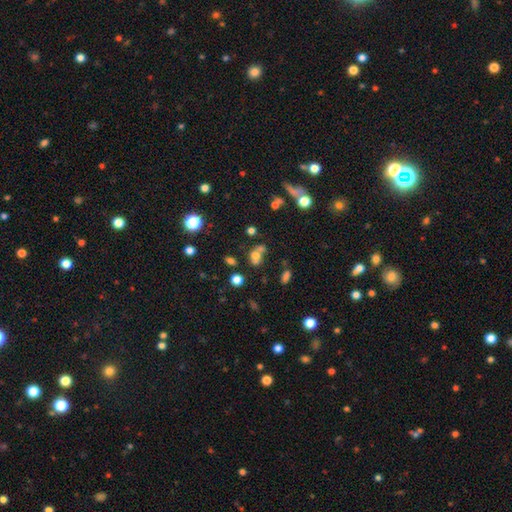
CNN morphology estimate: Q: Smooth or featured?
A: smooth (63%); runner-up: star or artifact (19%)
Q: How rounded?
A: round (50%); runner-up: in between (48%)
Q: Merging?
A: merger (45%); runner-up: none (34%)